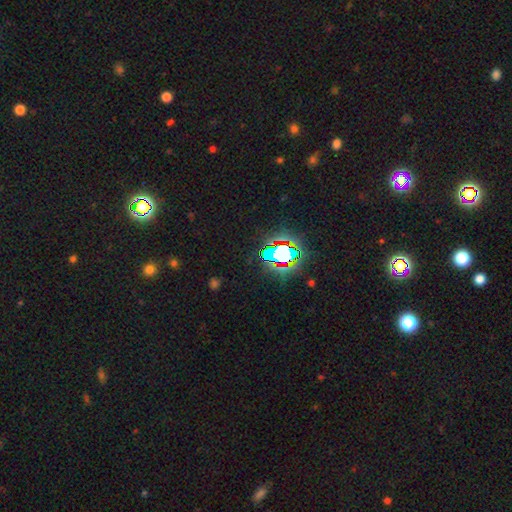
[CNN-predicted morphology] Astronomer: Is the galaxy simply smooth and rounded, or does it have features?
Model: star or artifact — 79%.